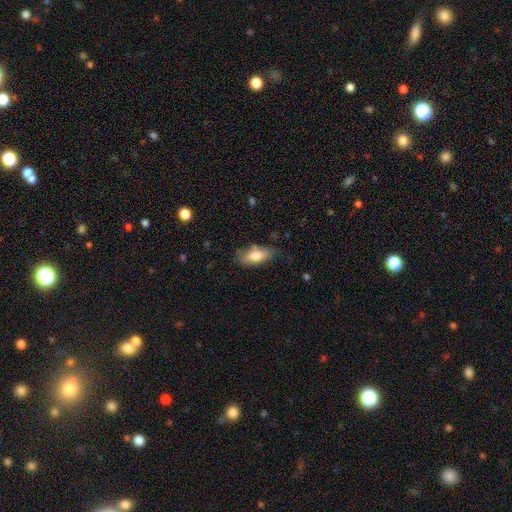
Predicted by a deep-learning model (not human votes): Overall: smooth (73%). How rounded: in between (82%). Merging: none (65%).